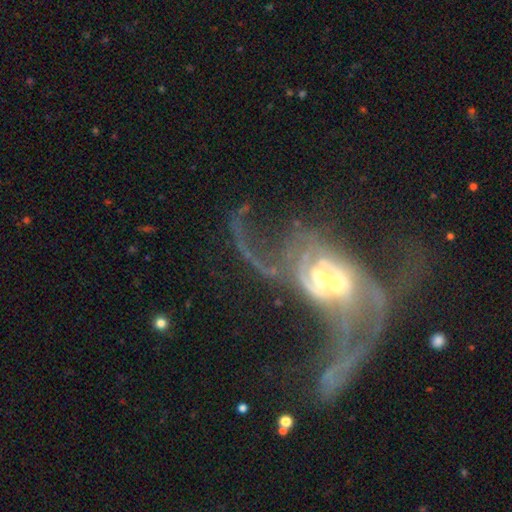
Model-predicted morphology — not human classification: This appears to be a featured or disk galaxy (79%) with no bar (59%), 2 (48%) loose (70%) spiral arms (78%) and a moderate central bulge (56%). Merging: merger (64%).